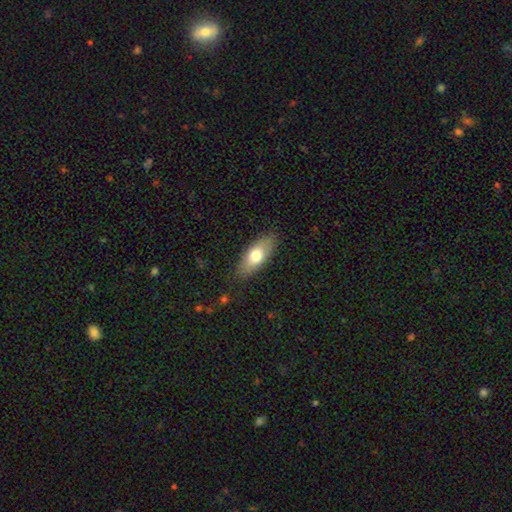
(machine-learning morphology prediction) This appears to be a smooth galaxy with no disk features (70%) that is in between round and cigar-shaped (77%). Merging: none (85%).